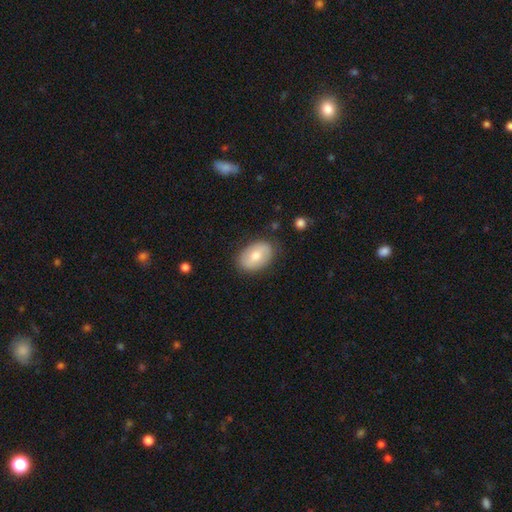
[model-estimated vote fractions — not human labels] Q: Smooth or featured?
A: smooth (70%); runner-up: featured or disk (25%)
Q: How rounded?
A: in between (87%); runner-up: round (12%)
Q: Merging?
A: none (83%); runner-up: minor disturbance (13%)